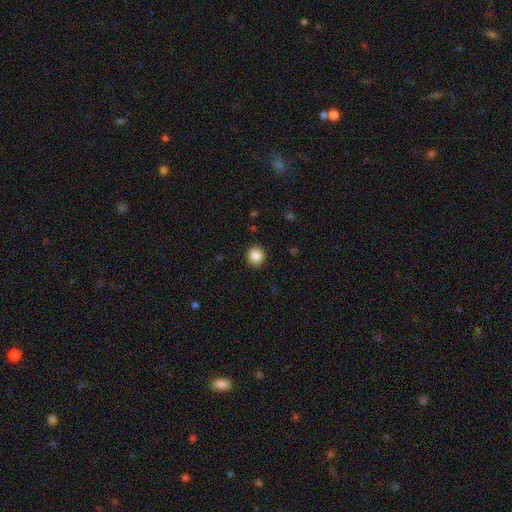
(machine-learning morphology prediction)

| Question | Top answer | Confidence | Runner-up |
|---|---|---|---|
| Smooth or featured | smooth | 86% | star or artifact (10%) |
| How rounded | round | 92% | in between (7%) |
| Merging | none | 92% | minor disturbance (5%) |